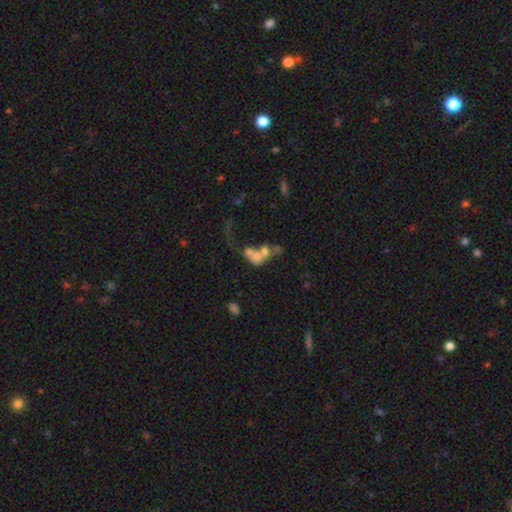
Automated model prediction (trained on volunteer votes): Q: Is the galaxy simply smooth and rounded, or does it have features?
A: smooth — 45%.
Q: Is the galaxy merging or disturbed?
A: merger — 65%.